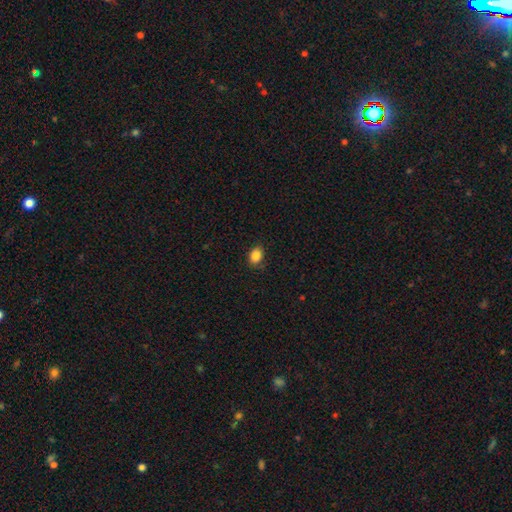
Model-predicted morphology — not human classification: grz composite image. It shows a smooth galaxy with no disk features (86%) that is in between round and cigar-shaped (69%). Merging: none (82%).